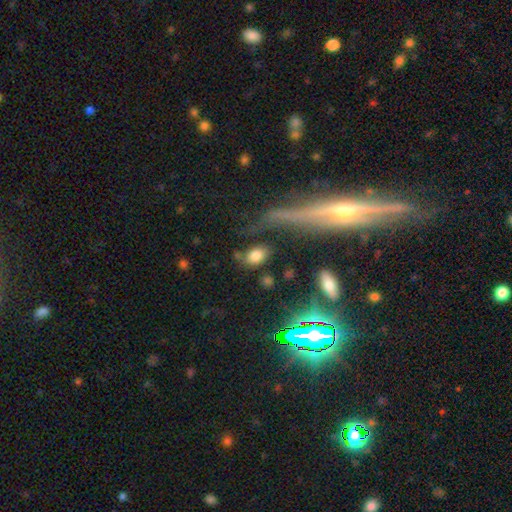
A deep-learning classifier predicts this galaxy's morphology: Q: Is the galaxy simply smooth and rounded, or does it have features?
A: smooth — 77%.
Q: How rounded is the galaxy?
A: in between — 83%.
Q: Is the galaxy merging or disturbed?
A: none — 57%.